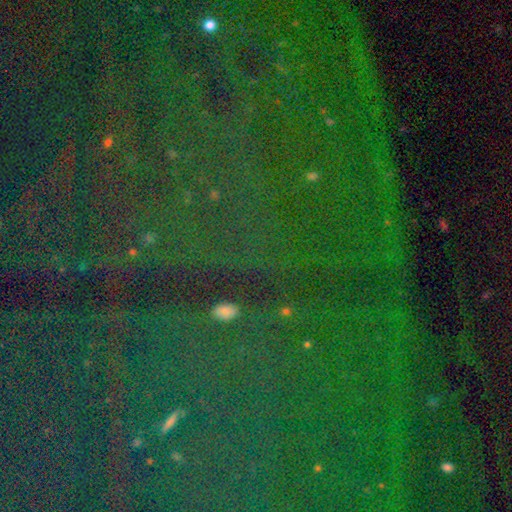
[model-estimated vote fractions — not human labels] Smooth or featured?
  - star or artifact: 83% *
  - smooth: 10%
  - featured or disk: 7%